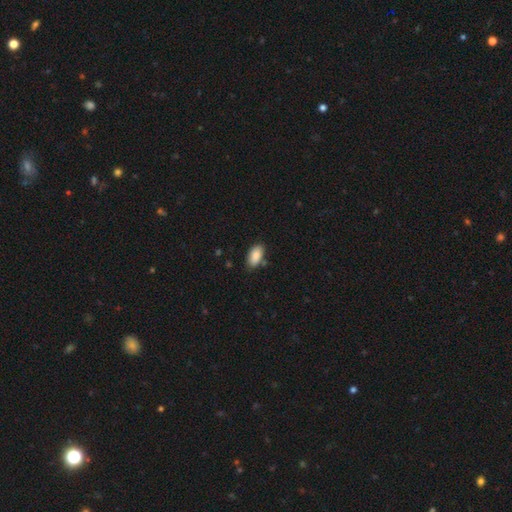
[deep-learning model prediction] This appears to be a smooth galaxy with no disk features (89%) that is in between round and cigar-shaped (93%). Merging: none (77%).